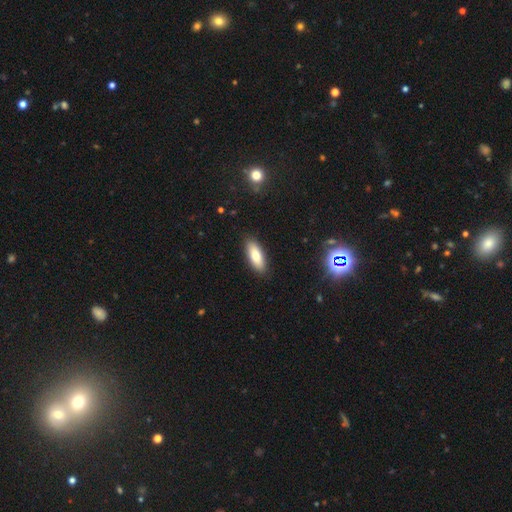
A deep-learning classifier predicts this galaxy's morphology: Smooth or featured: smooth — 78% (featured or disk — 14%)
How rounded: in between — 75% (cigar-shaped — 23%)
Merging: none — 88% (minor disturbance — 9%)